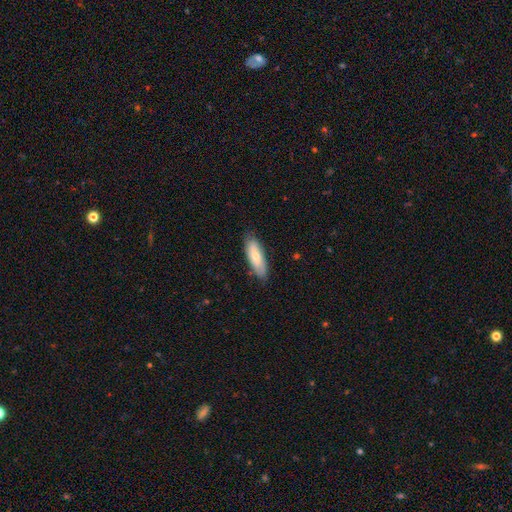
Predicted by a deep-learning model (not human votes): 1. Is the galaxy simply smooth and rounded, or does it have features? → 69% smooth, 25% featured or disk, 6% star or artifact.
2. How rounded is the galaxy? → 62% in between, 36% cigar-shaped, 2% round.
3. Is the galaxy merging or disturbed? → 82% none, 14% minor disturbance, 2% major disturbance, 1% merger.